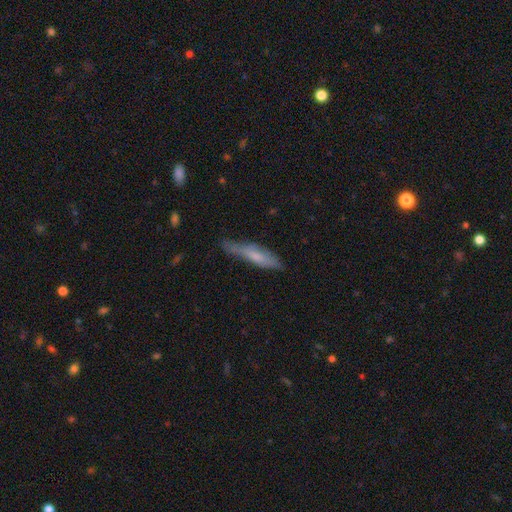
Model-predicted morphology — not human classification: Smooth or featured? Predicted: smooth (p=0.60). How rounded? Predicted: cigar-shaped (p=0.82). Merging? Predicted: none (p=0.63).